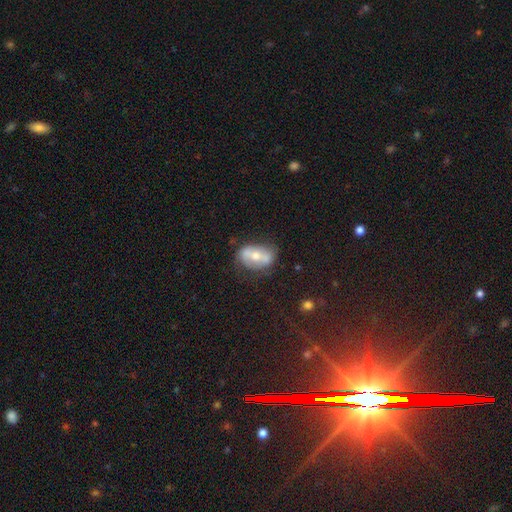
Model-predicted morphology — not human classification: Smooth or featured?
  - featured or disk: 51% *
  - smooth: 42%
  - star or artifact: 7%
Edge-on disk?
  - no: 89% *
  - yes: 11%
Merging?
  - none: 60% *
  - minor disturbance: 23%
  - merger: 9%
  - major disturbance: 8%